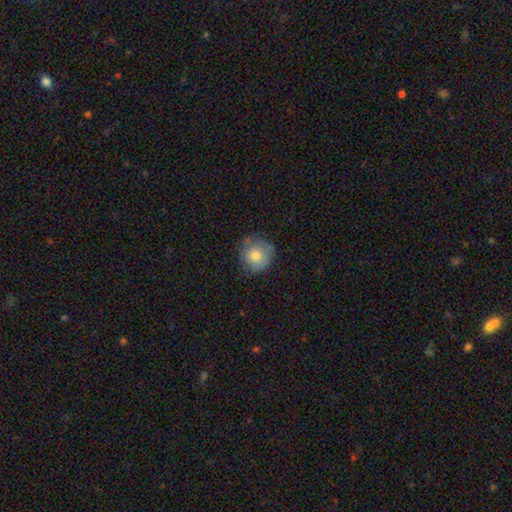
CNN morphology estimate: smooth-or-featured: smooth: 76% | featured or disk: 16% | star or artifact: 8%
  how-rounded: round: 90% | in between: 9% | cigar-shaped: 1%
  merging: none: 70% | minor disturbance: 23% | major disturbance: 5% | merger: 2%